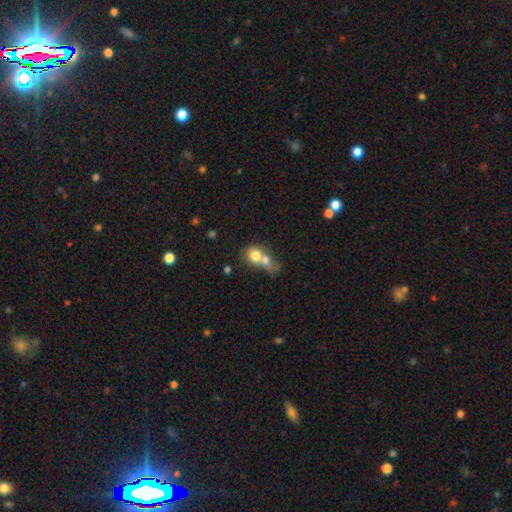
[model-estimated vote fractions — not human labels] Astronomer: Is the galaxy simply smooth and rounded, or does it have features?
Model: smooth — 71%.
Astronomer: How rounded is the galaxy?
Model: round — 66%.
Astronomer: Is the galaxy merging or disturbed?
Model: merger — 72%.